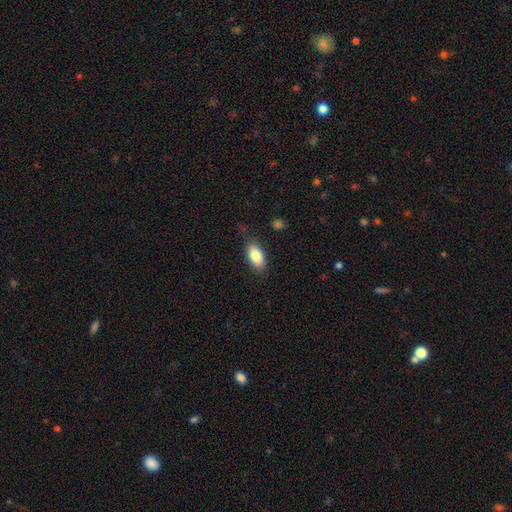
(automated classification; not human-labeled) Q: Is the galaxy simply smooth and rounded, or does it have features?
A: smooth — 84%.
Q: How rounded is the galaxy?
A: in between — 91%.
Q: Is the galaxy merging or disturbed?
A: none — 81%.